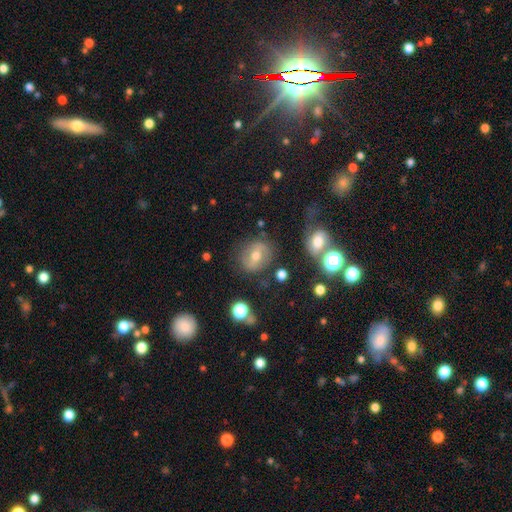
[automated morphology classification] type=smooth (45%); merging=none (76%).